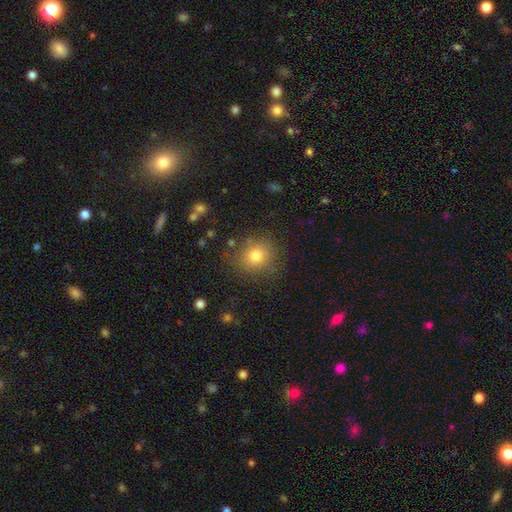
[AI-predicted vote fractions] smooth-or-featured: smooth: 79% | star or artifact: 13% | featured or disk: 9%
  how-rounded: round: 79% | in between: 20% | cigar-shaped: 1%
  merging: none: 82% | minor disturbance: 12% | major disturbance: 4% | merger: 2%